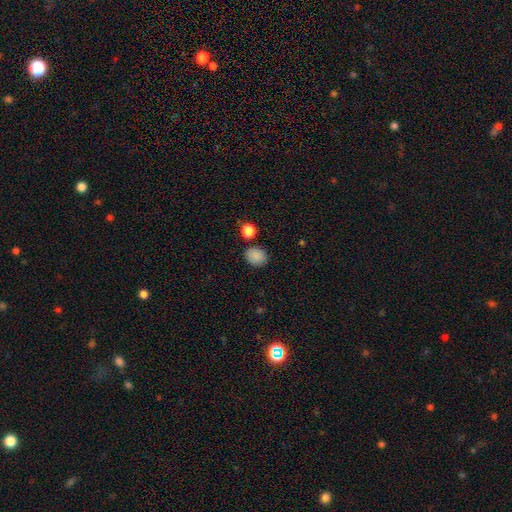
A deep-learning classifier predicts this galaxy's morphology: Smooth or featured?
  - smooth: 87% *
  - star or artifact: 9%
  - featured or disk: 4%
How rounded?
  - round: 61% *
  - in between: 38%
  - cigar-shaped: 1%
Merging?
  - none: 83% *
  - minor disturbance: 10%
  - merger: 4%
  - major disturbance: 3%